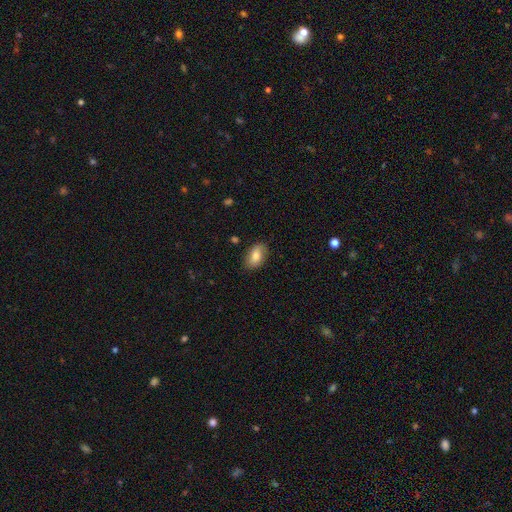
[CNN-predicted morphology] Smooth or featured: smooth — 79% (featured or disk — 13%)
How rounded: in between — 91% (round — 7%)
Merging: none — 83% (minor disturbance — 13%)